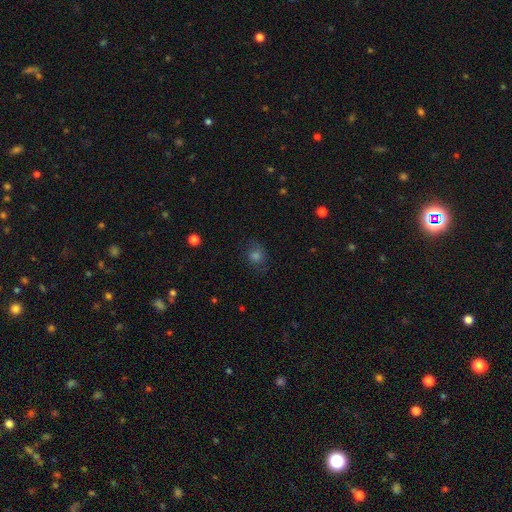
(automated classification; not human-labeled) smooth_or_featured: smooth (p=0.65) [alt: star or artifact p=0.23]
how_rounded: round (p=0.74) [alt: in between p=0.25]
merging: none (p=0.76) [alt: minor disturbance p=0.16]